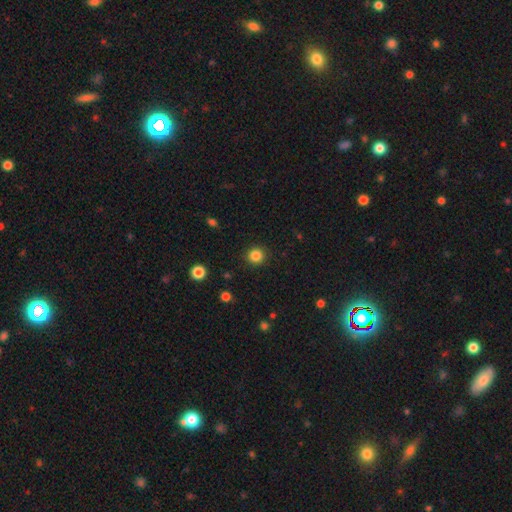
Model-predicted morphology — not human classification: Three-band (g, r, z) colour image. It shows a smooth galaxy with no disk features (84%) that is round (93%). Merging: none (91%).